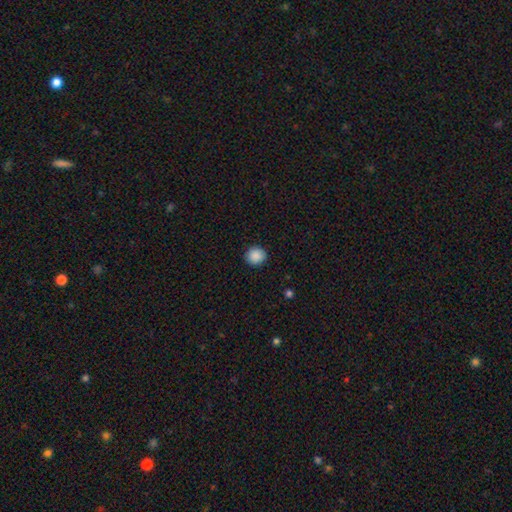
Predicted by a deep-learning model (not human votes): smooth 89%, star or artifact 8%, featured or disk 3%. Down the decision tree: how rounded — round (86%); merging — none (90%).